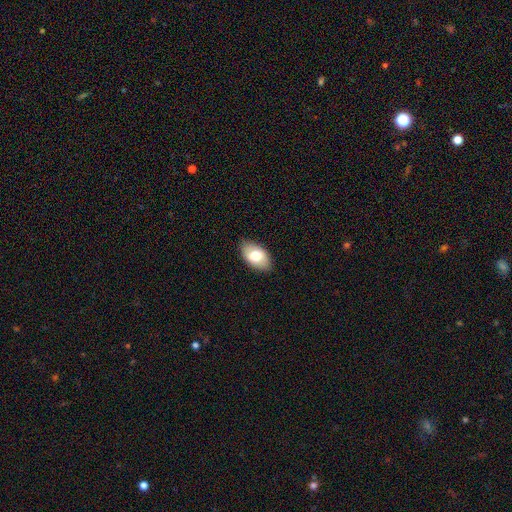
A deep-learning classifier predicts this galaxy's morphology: Overall: smooth (72%). How rounded: in between (93%). Merging: none (86%).